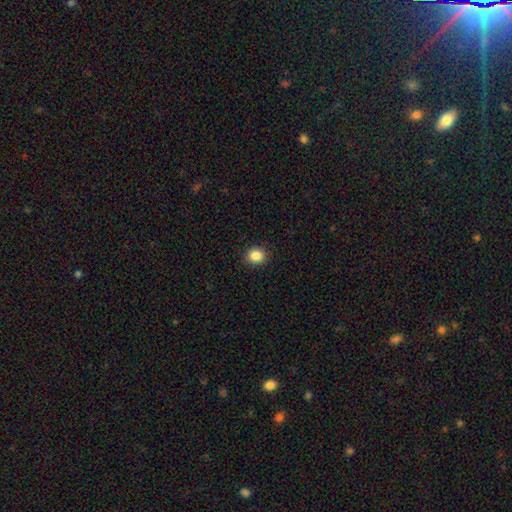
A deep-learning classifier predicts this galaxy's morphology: Q: Smooth or featured?
A: smooth (86%); runner-up: star or artifact (10%)
Q: How rounded?
A: round (78%); runner-up: in between (21%)
Q: Merging?
A: none (91%); runner-up: minor disturbance (7%)